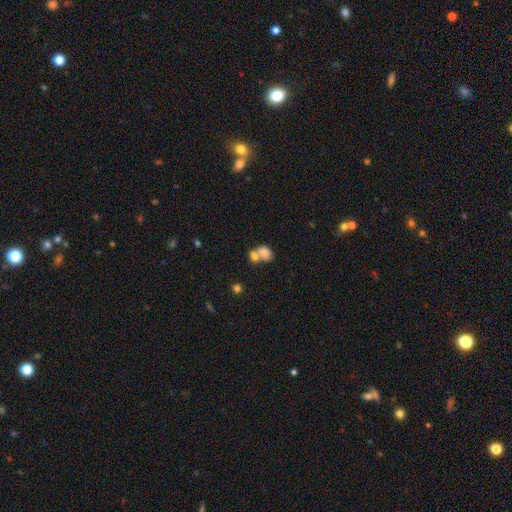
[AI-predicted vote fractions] Smooth or featured?
  - smooth: 75% *
  - featured or disk: 15%
  - star or artifact: 10%
How rounded?
  - in between: 73% *
  - round: 26%
  - cigar-shaped: 2%
Merging?
  - merger: 65% *
  - none: 22%
  - minor disturbance: 8%
  - major disturbance: 5%